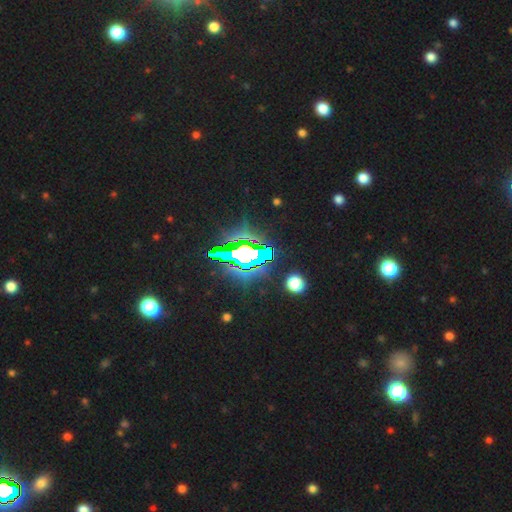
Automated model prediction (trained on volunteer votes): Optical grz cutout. It shows a star or artifact, not a galaxy (76%).